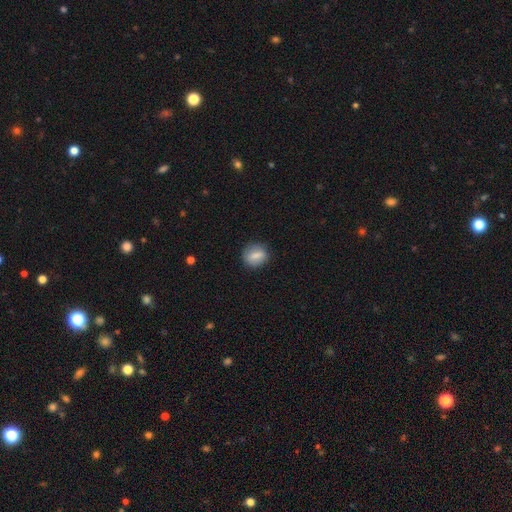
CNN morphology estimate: Q: Smooth or featured?
A: smooth (75%); runner-up: featured or disk (17%)
Q: How rounded?
A: round (57%); runner-up: in between (40%)
Q: Merging?
A: none (83%); runner-up: minor disturbance (12%)